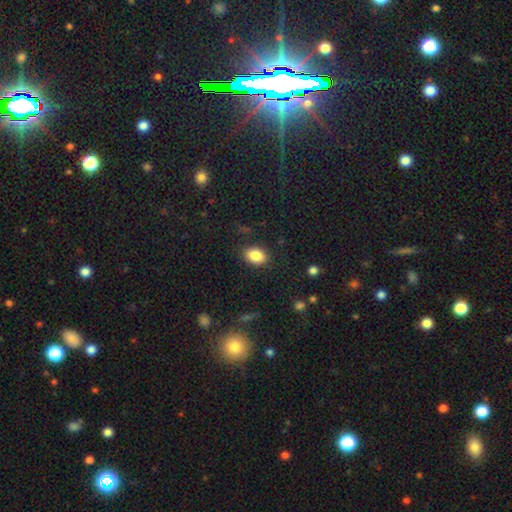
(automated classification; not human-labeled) The model was most divided on "how rounded": in between: 81%, round: 17%, cigar-shaped: 1%. More confident: merging — none (86%); smooth or featured — smooth (86%).